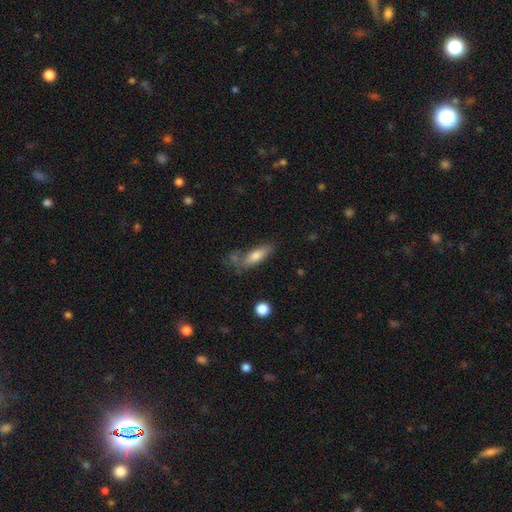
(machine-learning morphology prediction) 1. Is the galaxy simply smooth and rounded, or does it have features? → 71% smooth, 21% featured or disk, 8% star or artifact.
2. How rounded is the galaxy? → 50% cigar-shaped, 48% in between, 3% round.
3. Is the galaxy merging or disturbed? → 60% none, 21% minor disturbance, 12% merger, 8% major disturbance.